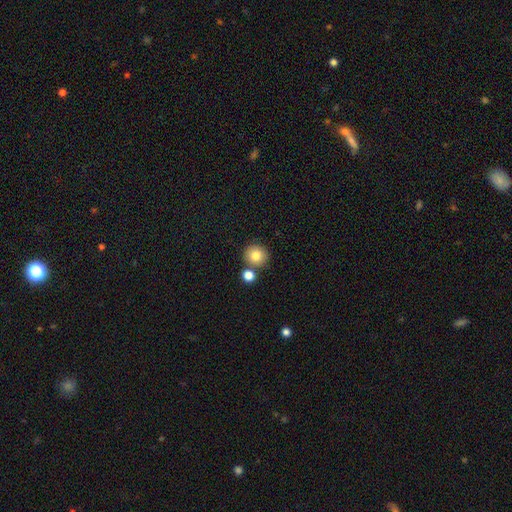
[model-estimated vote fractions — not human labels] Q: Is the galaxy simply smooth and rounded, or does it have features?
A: smooth — 81%.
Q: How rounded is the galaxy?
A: round — 89%.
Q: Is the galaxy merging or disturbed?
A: none — 73%.